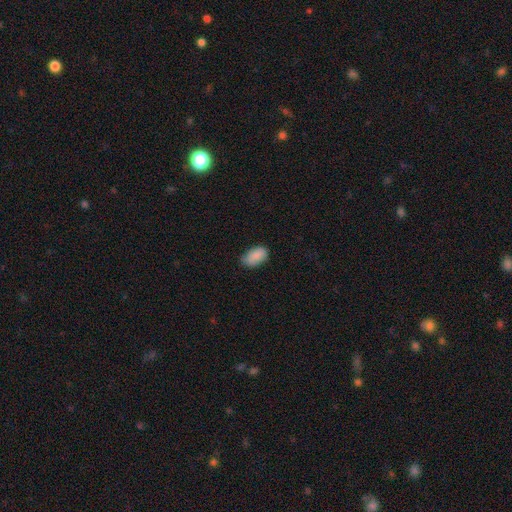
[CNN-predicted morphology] This is clearly a smooth galaxy (88%). How rounded: clearly in between (94%). Merging: likely none (72%).